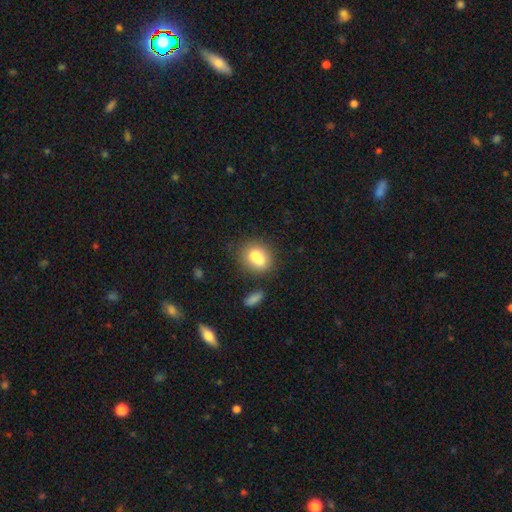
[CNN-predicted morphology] A smooth galaxy with no disk features (72%) that is round (55%). Merging: none (43%).